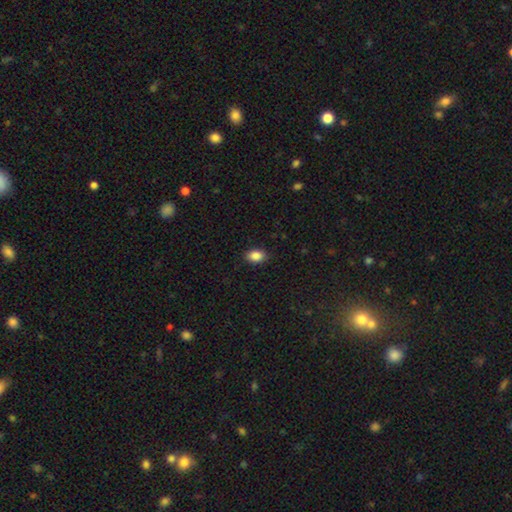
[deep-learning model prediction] smooth 88%, star or artifact 8%, featured or disk 4%. Down the decision tree: how rounded — in between (85%); merging — none (88%).